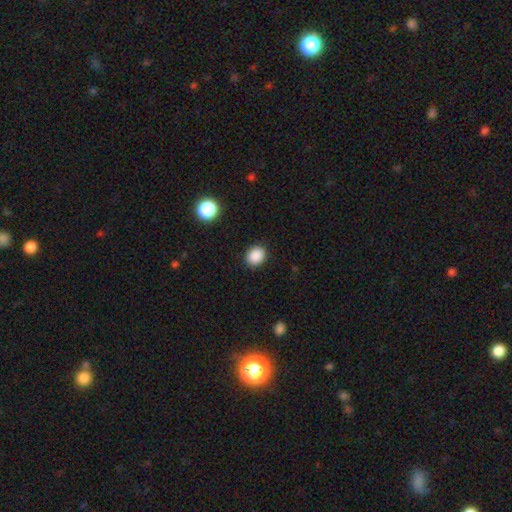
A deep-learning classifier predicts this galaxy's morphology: smooth-or-featured: smooth: 88% | star or artifact: 9% | featured or disk: 3%
  how-rounded: round: 58% | in between: 41% | cigar-shaped: 1%
  merging: none: 89% | minor disturbance: 7% | major disturbance: 2% | merger: 1%